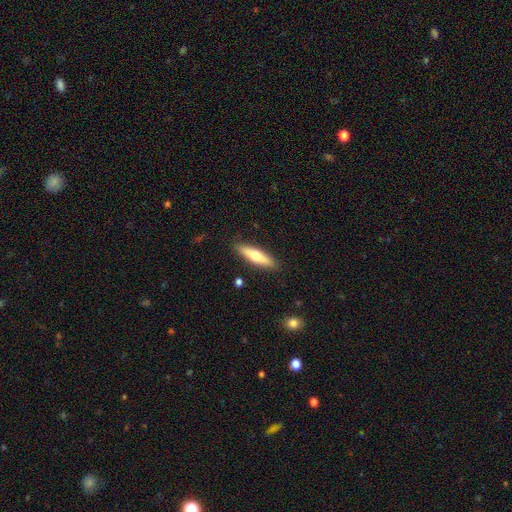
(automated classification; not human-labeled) A smooth galaxy with no disk features (57%) that is cigar-shaped (73%).

Vote fractions:
- Smooth or featured? smooth: 57% / featured or disk: 38% / star or artifact: 6%
- How rounded? cigar-shaped: 73% / in between: 26% / round: 2%
- Merging? none: 89% / minor disturbance: 8% / major disturbance: 2% / merger: 1%